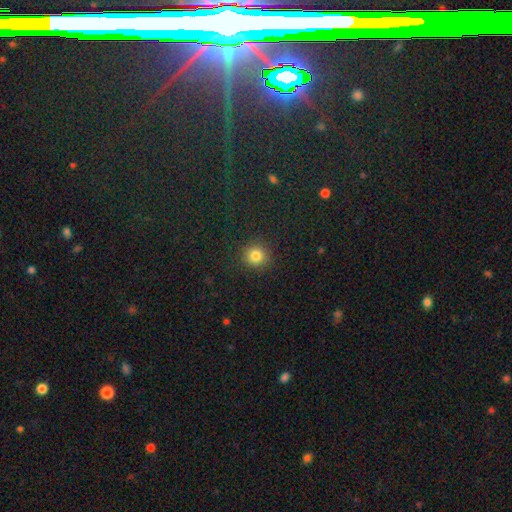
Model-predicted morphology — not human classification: The model was most divided on "smooth or featured": smooth: 82%, star or artifact: 13%, featured or disk: 5%. More confident: how rounded — round (93%); merging — none (90%).